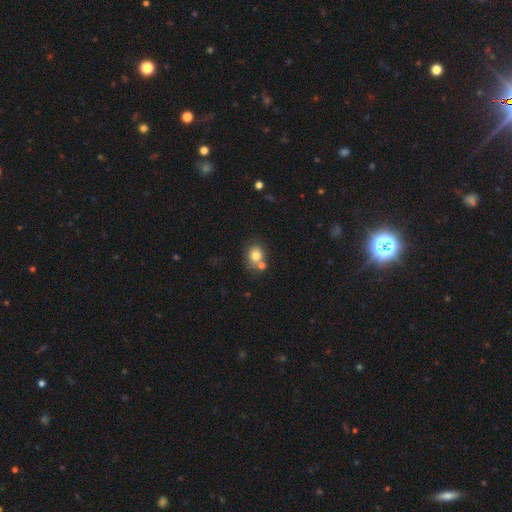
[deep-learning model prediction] smooth_or_featured: smooth (p=0.78) [alt: featured or disk p=0.11]
how_rounded: round (p=0.64) [alt: in between p=0.35]
merging: none (p=0.55) [alt: merger p=0.29]